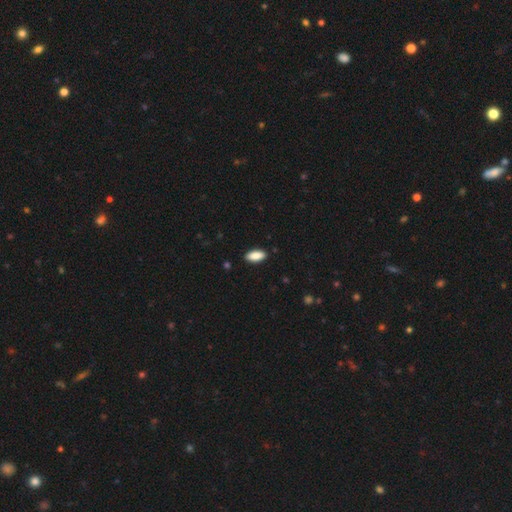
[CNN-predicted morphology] Smooth or featured: smooth — 88% (star or artifact — 6%)
How rounded: in between — 86% (cigar-shaped — 13%)
Merging: none — 90% (minor disturbance — 8%)